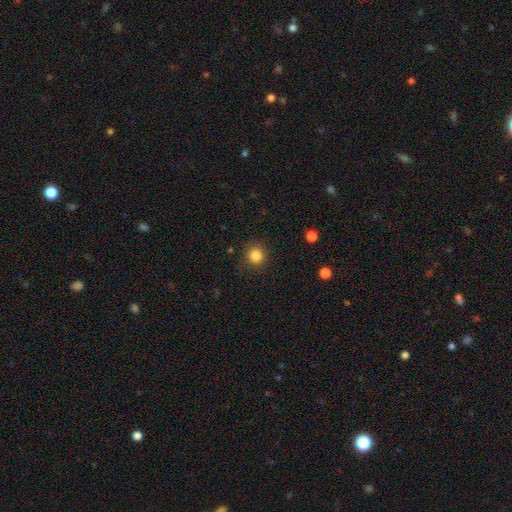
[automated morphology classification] A smooth galaxy with no disk features (84%) that is round (92%). Merging: none (88%).